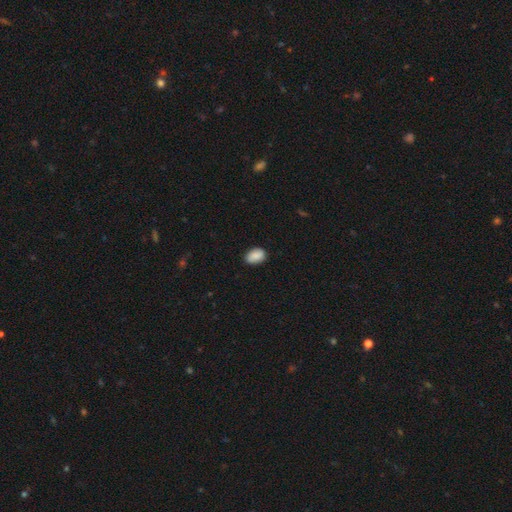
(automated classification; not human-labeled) Overall: smooth (88%). How rounded: in between (86%). Merging: none (84%).